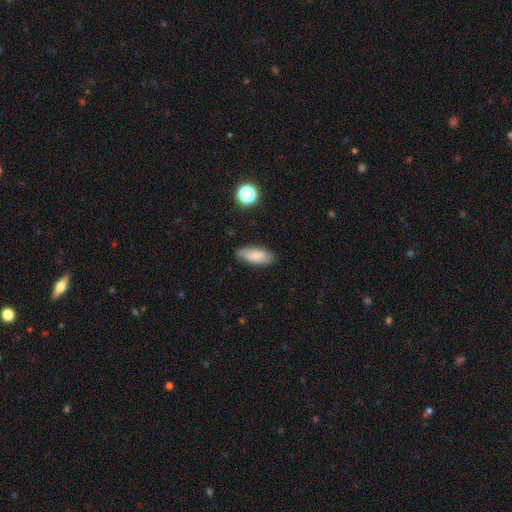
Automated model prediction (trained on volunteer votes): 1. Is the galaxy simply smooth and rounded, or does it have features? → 75% smooth, 17% featured or disk, 8% star or artifact.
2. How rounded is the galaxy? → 79% in between, 18% cigar-shaped, 3% round.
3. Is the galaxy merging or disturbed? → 81% none, 15% minor disturbance, 3% major disturbance, 1% merger.